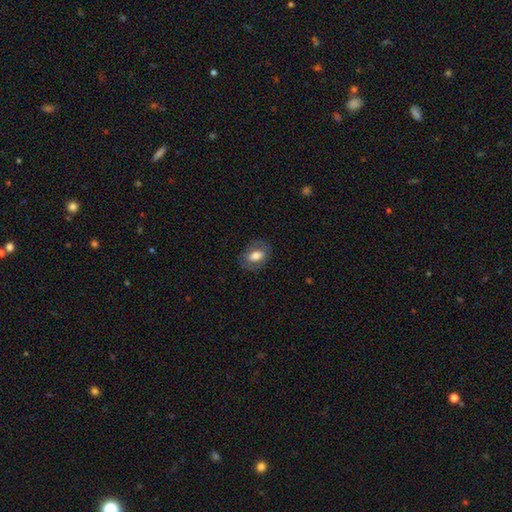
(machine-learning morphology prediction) A smooth galaxy with no disk features (66%) that is in between round and cigar-shaped (83%).

Vote fractions:
- Smooth or featured? smooth: 66% / featured or disk: 27% / star or artifact: 7%
- How rounded? in between: 83% / round: 15% / cigar-shaped: 2%
- Merging? none: 79% / minor disturbance: 14% / major disturbance: 6% / merger: 1%